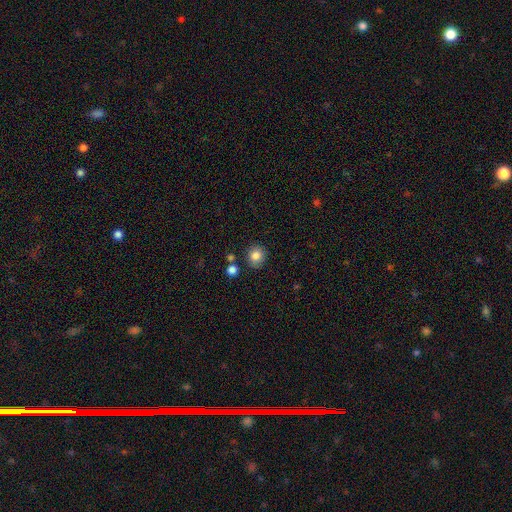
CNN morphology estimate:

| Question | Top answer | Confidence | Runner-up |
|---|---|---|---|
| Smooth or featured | smooth | 84% | star or artifact (10%) |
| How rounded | round | 84% | in between (15%) |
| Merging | none | 83% | minor disturbance (9%) |